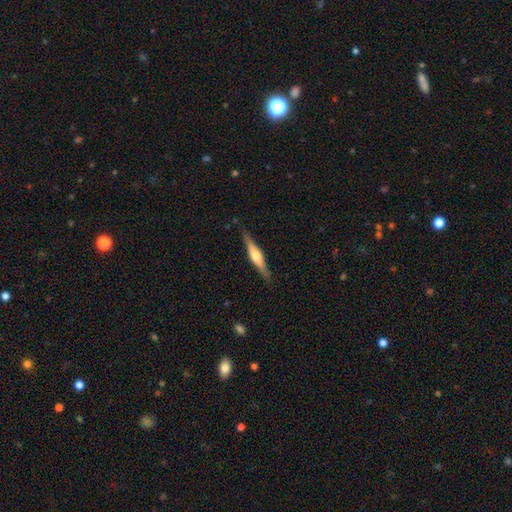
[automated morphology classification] Smooth or featured? featured or disk (63%)
Edge-on disk? yes (96%)
Edge-on bulge? rounded (87%)
Merging? none (87%)